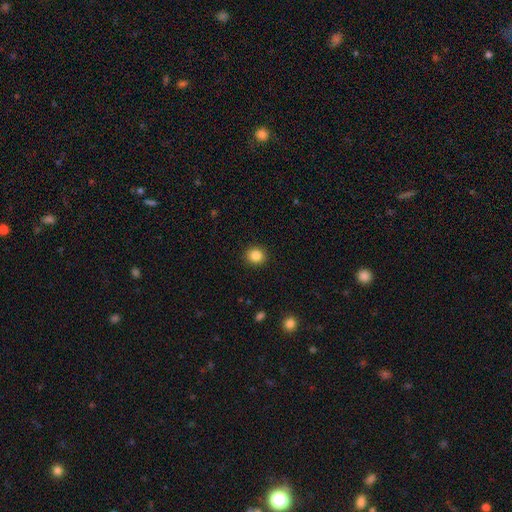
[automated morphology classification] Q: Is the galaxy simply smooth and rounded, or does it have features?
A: smooth — 85%.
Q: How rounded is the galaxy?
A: round — 84%.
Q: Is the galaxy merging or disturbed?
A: none — 92%.